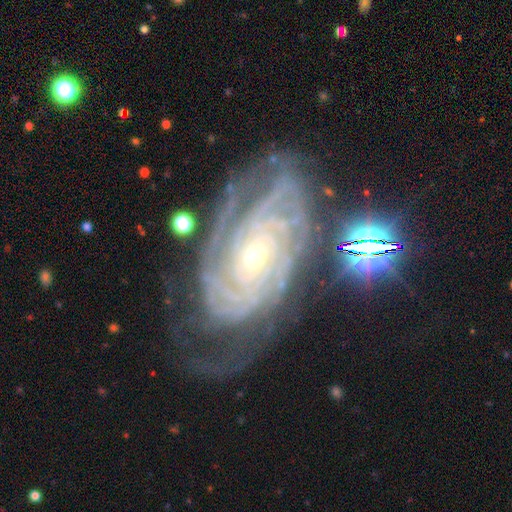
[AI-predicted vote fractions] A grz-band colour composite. It shows a featured or disk galaxy (90%) with no bar (65%), tight (80%) spiral arms (98%) and a small central bulge (60%). Merging: none (63%).